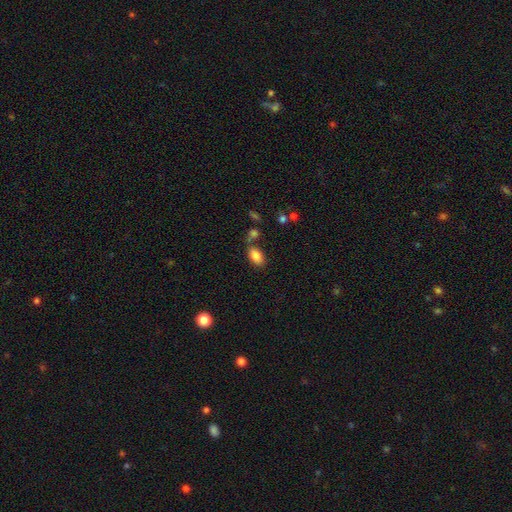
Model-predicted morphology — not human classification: smooth-or-featured: smooth: 85% | star or artifact: 9% | featured or disk: 6%
  how-rounded: in between: 91% | round: 6% | cigar-shaped: 2%
  merging: none: 67% | merger: 15% | minor disturbance: 14% | major disturbance: 4%